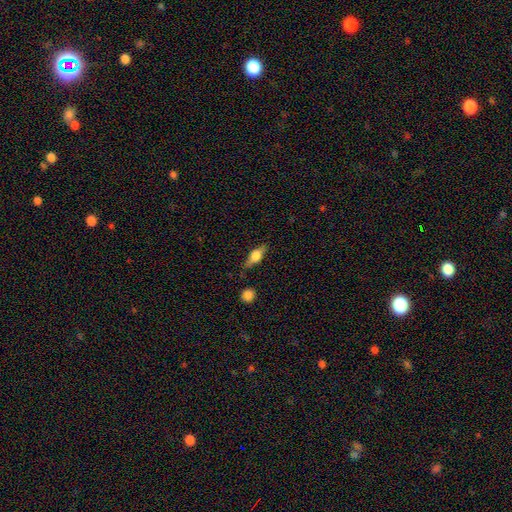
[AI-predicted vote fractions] The model was most divided on "smooth or featured": smooth: 51%, featured or disk: 42%, star or artifact: 8%. More confident: merging — none (78%); how rounded — in between (58%).